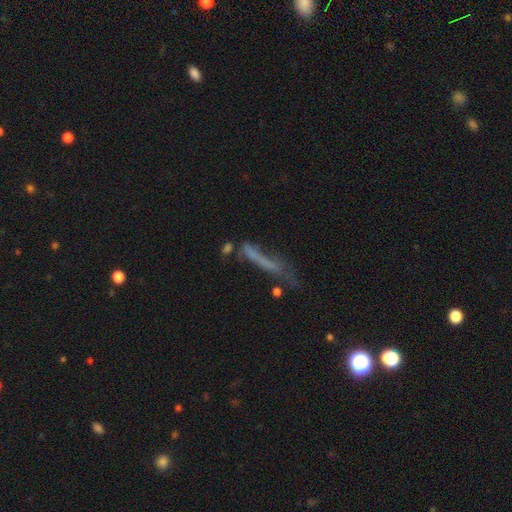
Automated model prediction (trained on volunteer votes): smooth-or-featured: smooth: 43% | featured or disk: 37% | star or artifact: 19%
  merging: none: 38% | major disturbance: 26% | minor disturbance: 22% | merger: 14%